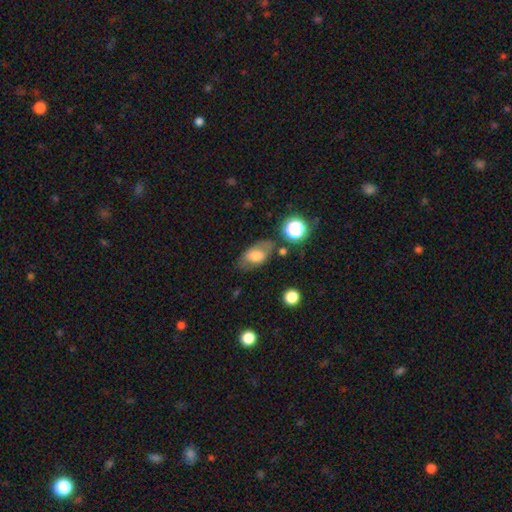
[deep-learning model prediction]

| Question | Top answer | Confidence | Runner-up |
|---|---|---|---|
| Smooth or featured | smooth | 63% | featured or disk (27%) |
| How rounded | in between | 88% | round (10%) |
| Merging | none | 67% | minor disturbance (20%) |